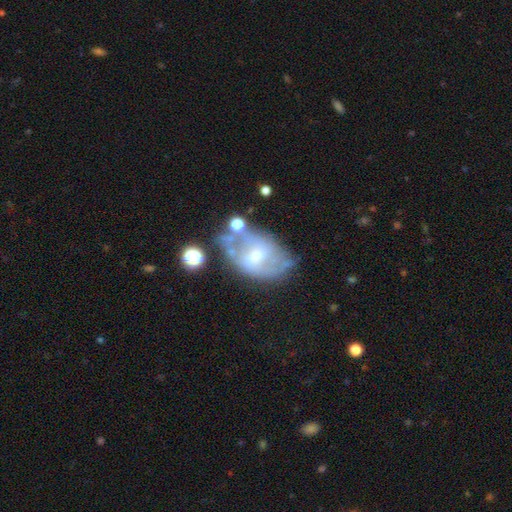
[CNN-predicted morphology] smooth-or-featured: featured or disk: 68% | smooth: 22% | star or artifact: 10%
  disk-edge-on: no: 95% | yes: 5%
    bar: no: 44% | weak: 43% | strong: 13%
    has-spiral-arms: yes: 68% | no: 32%
    bulge-size: small: 47% (tied) | moderate: 47% (tied) | large: 3% | none: 2% | dominant: 1%
  merging: none: 47% | minor disturbance: 25% | major disturbance: 16% | merger: 12%